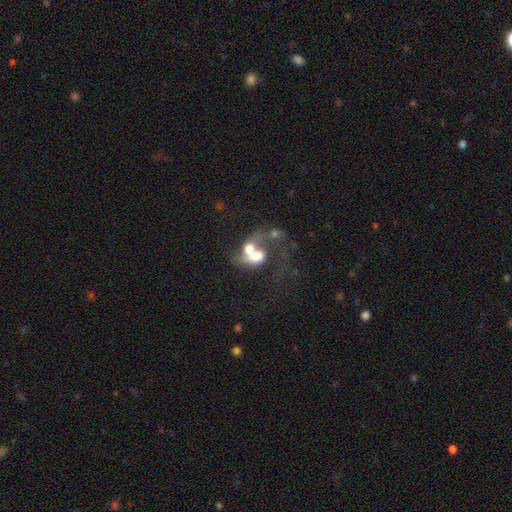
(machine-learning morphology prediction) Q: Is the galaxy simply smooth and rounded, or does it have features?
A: featured or disk — 48%.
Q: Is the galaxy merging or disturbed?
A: merger — 68%.